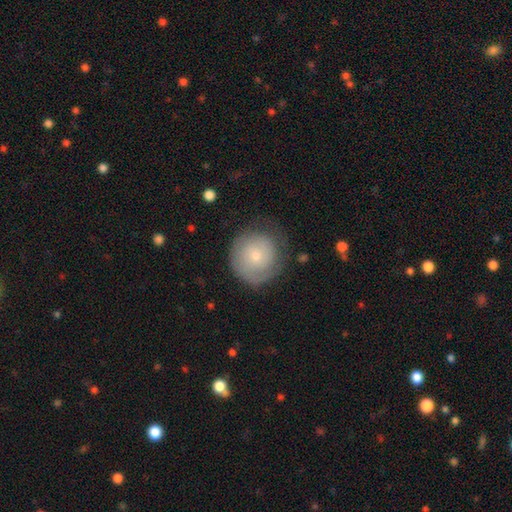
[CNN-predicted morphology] Overall: smooth (53%; featured or disk 41%). How rounded: round (90%). Merging: none (66%).